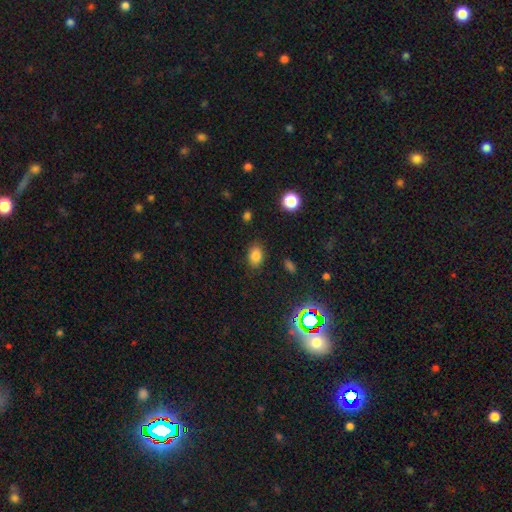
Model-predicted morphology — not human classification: type=smooth (80%); roundness=in between (79%); merging=none (84%).